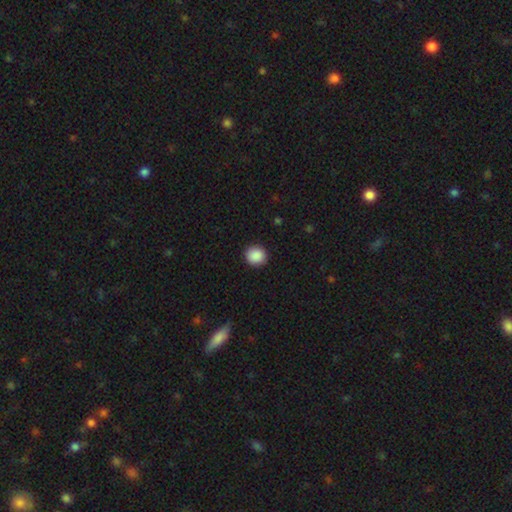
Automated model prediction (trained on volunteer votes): Smooth or featured?
  - smooth: 89% *
  - star or artifact: 8%
  - featured or disk: 3%
How rounded?
  - round: 88% *
  - in between: 11%
  - cigar-shaped: 1%
Merging?
  - none: 91% *
  - minor disturbance: 6%
  - major disturbance: 2%
  - merger: 1%